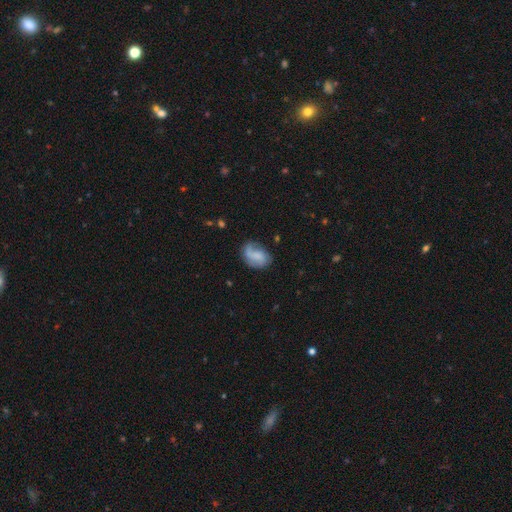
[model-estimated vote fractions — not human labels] Smooth or featured? Predicted: smooth (p=0.51). How rounded? Predicted: in between (p=0.77). Merging? Predicted: none (p=0.51).